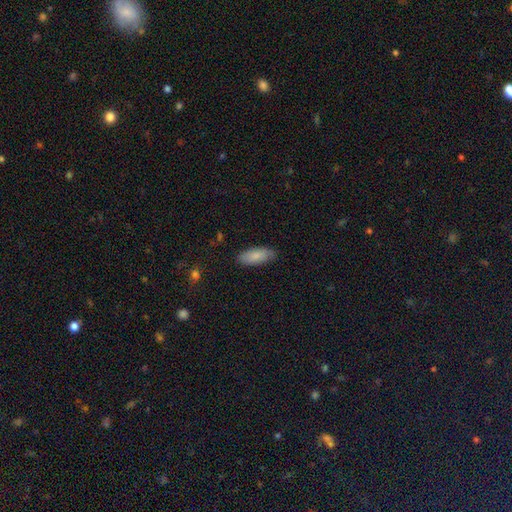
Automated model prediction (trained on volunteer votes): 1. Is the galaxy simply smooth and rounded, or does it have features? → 83% smooth, 11% featured or disk, 6% star or artifact.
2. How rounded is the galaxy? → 83% in between, 15% cigar-shaped, 2% round.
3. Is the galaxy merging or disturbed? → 83% none, 13% minor disturbance, 2% major disturbance, 1% merger.